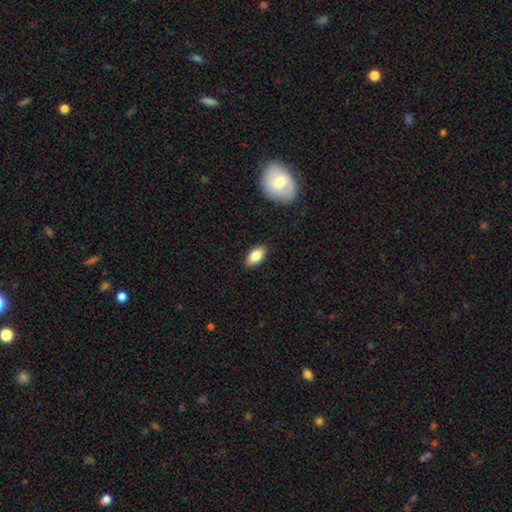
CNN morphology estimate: smooth_or_featured: smooth (p=0.84) [alt: featured or disk p=0.09]
how_rounded: in between (p=0.92) [alt: cigar-shaped p=0.04]
merging: none (p=0.88) [alt: minor disturbance p=0.09]